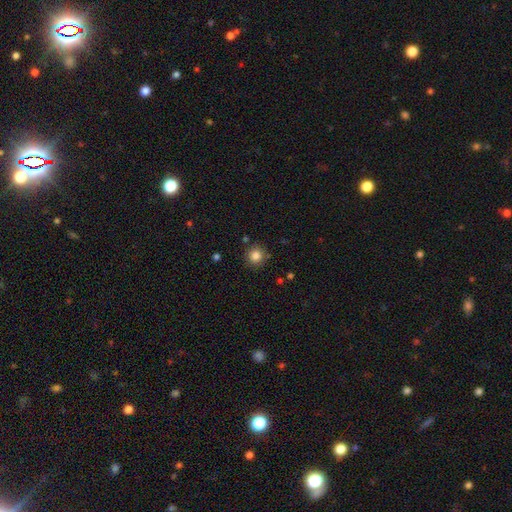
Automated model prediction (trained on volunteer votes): This appears to be a smooth galaxy with no disk features (84%) that is round (94%). Merging: none (88%).